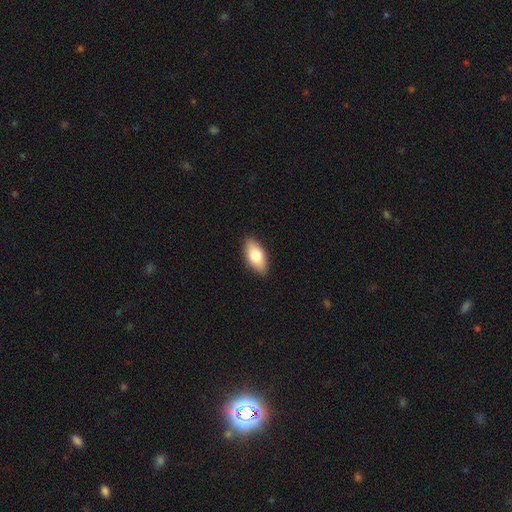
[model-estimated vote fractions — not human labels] This appears to be a smooth galaxy with no disk features (77%) that is in between round and cigar-shaped (90%). Merging: none (89%).